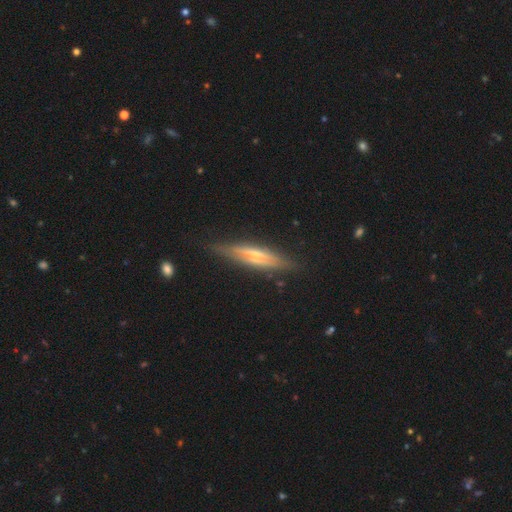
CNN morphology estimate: Smooth or featured? featured or disk (68%)
Edge-on disk? yes (93%)
Edge-on bulge? rounded (61%)
Merging? none (82%)